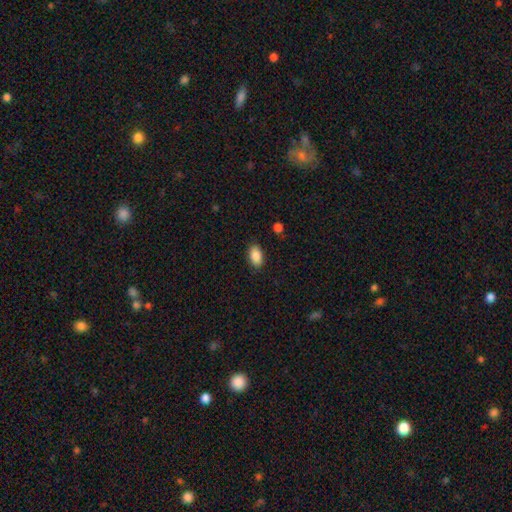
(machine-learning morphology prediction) smooth-or-featured: smooth: 88% | star or artifact: 7% | featured or disk: 5%
  how-rounded: in between: 91% | round: 7% | cigar-shaped: 2%
  merging: none: 87% | minor disturbance: 10% | major disturbance: 2% | merger: 1%